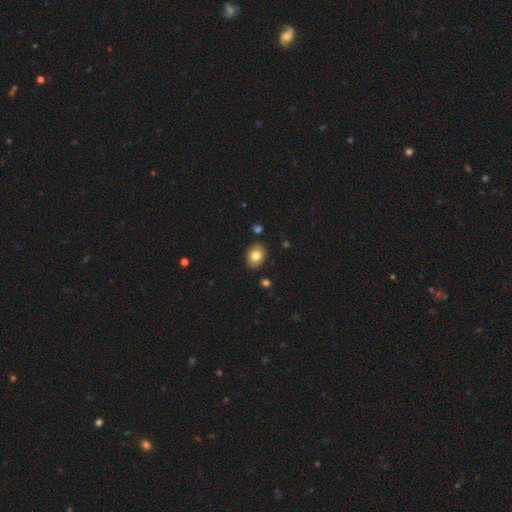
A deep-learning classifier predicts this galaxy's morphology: Q: Smooth or featured?
A: smooth (80%); runner-up: featured or disk (12%)
Q: How rounded?
A: in between (65%); runner-up: round (34%)
Q: Merging?
A: none (87%); runner-up: minor disturbance (9%)